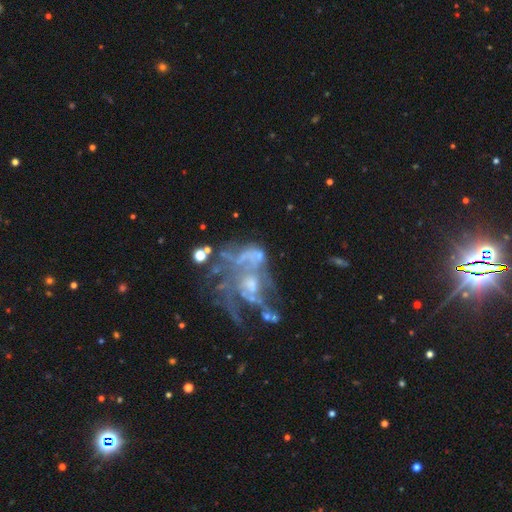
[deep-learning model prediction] A featured or disk galaxy (68%) with no bar (80%), no spiral arms (54%) and no central bulge (36%).

Vote fractions:
- Smooth or featured? featured or disk: 68% / star or artifact: 17% / smooth: 15%
- Edge-on disk? no: 97% / yes: 3%
- Bar? no: 80% / weak: 15% / strong: 5%
- Spiral arms? no: 54% / yes: 46%
- Bulge size? none: 36% / moderate: 30% / small: 26% / large: 6% / dominant: 2%
- Merging? major disturbance: 38% / merger: 27% / none: 23% / minor disturbance: 12%